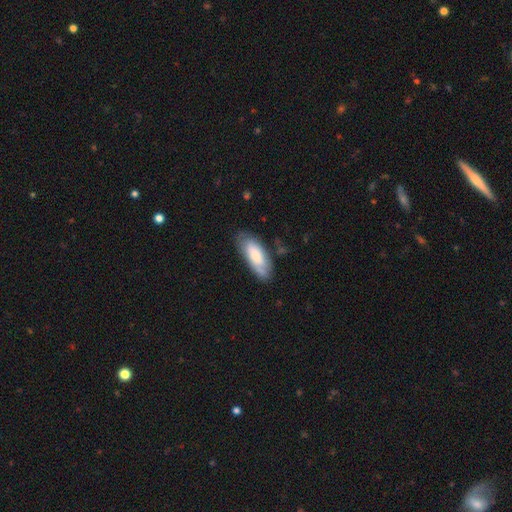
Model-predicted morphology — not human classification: smooth-or-featured: smooth: 71% | featured or disk: 23% | star or artifact: 6%
  how-rounded: in between: 76% | cigar-shaped: 22% | round: 2%
  merging: none: 71% | minor disturbance: 21% | major disturbance: 5% | merger: 2%